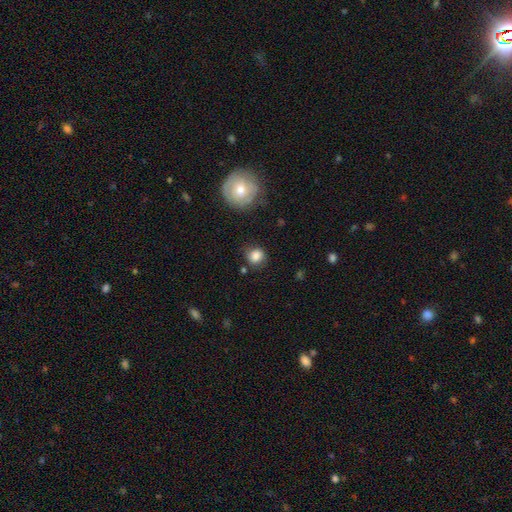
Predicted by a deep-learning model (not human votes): Smooth or featured?
  - smooth: 80% *
  - featured or disk: 11%
  - star or artifact: 9%
How rounded?
  - round: 78% *
  - in between: 21%
  - cigar-shaped: 1%
Merging?
  - none: 68% *
  - minor disturbance: 21%
  - major disturbance: 7%
  - merger: 4%